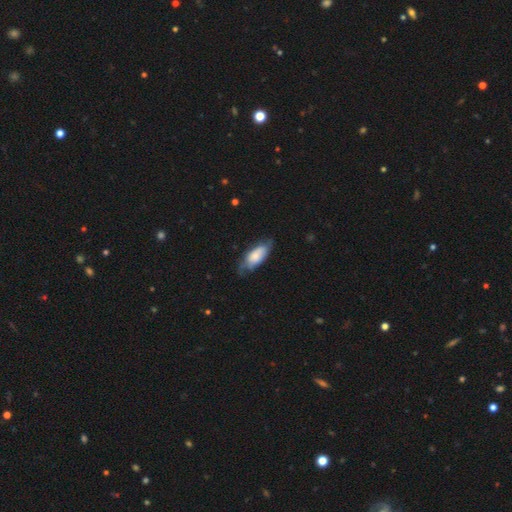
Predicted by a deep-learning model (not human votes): Smooth or featured: smooth — 64% (featured or disk — 29%)
How rounded: in between — 85% (cigar-shaped — 13%)
Merging: none — 51% (minor disturbance — 35%)